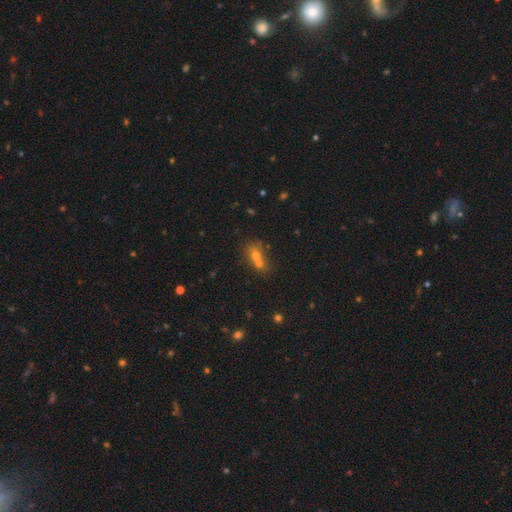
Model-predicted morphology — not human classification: A smooth galaxy with no disk features (60%) that is in between round and cigar-shaped (49%). Merging: merger (62%).